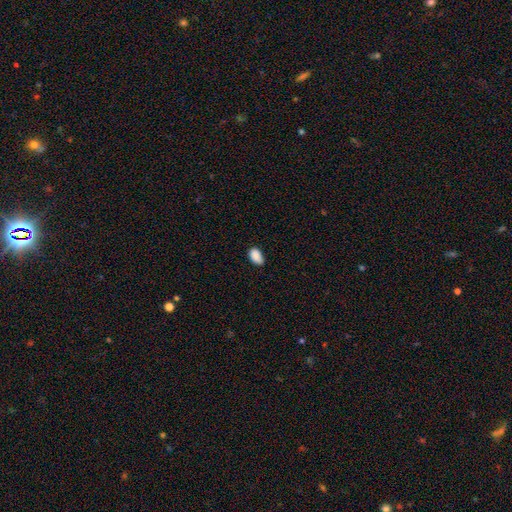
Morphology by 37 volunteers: smooth-or-featured: smooth: 95% | featured or disk: 5% | star or artifact: 0%
  how-rounded: in between: 89% | round: 6% | cigar-shaped: 6%
  merging: none: 62% | minor disturbance: 32% | major disturbance: 3% | merger: 3%